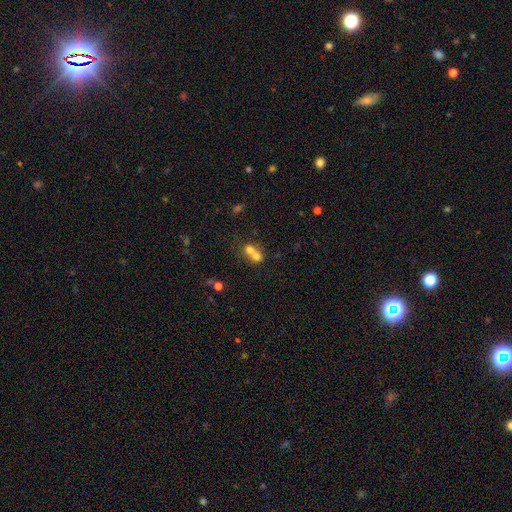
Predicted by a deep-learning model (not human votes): smooth 68%, featured or disk 19%, star or artifact 12%. Down the decision tree: how rounded — round (70%); merging — merger (70%).